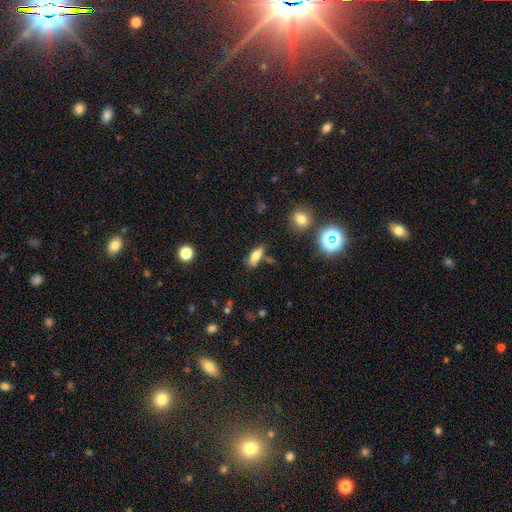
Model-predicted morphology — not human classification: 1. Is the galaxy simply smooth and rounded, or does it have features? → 69% smooth, 21% featured or disk, 10% star or artifact.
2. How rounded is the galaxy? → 73% in between, 23% cigar-shaped, 4% round.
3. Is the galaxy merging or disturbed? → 60% none, 20% minor disturbance, 12% merger, 7% major disturbance.